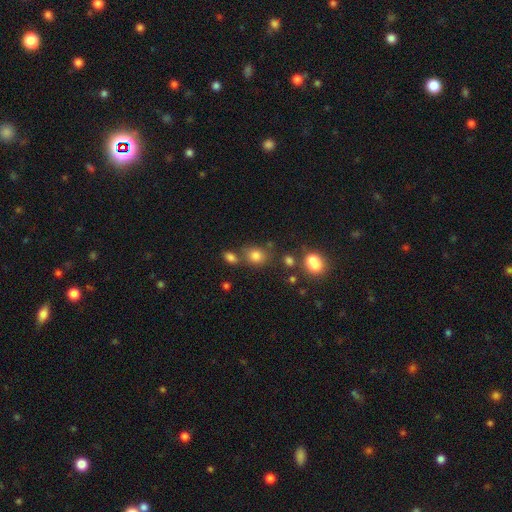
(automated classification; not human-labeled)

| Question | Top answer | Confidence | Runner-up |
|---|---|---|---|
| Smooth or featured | smooth | 79% | star or artifact (14%) |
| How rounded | round | 65% | in between (34%) |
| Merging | none | 64% | merger (17%) |